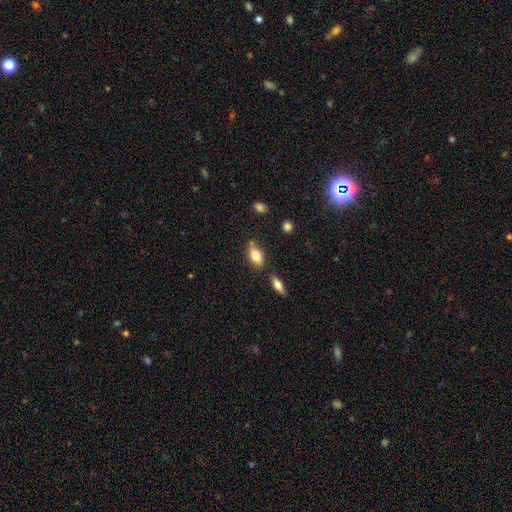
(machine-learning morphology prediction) smooth-or-featured: smooth: 77% | featured or disk: 15% | star or artifact: 8%
  how-rounded: in between: 88% | cigar-shaped: 7% | round: 5%
  merging: none: 70% | minor disturbance: 18% | merger: 9% | major disturbance: 4%